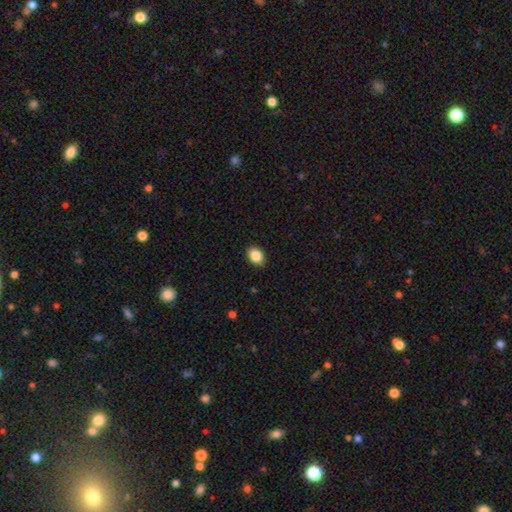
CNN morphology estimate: Smooth or featured? Predicted: smooth (p=0.86). How rounded? Predicted: in between (p=0.75). Merging? Predicted: none (p=0.89).